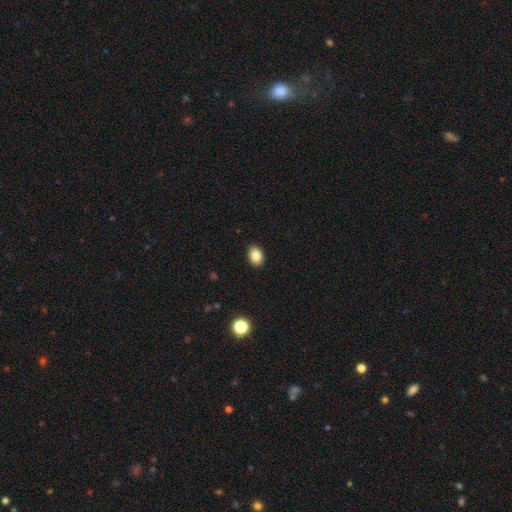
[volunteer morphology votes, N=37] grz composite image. It shows a smooth galaxy with no disk features (84%) that is in between round and cigar-shaped (87%). Merging: none (89%).